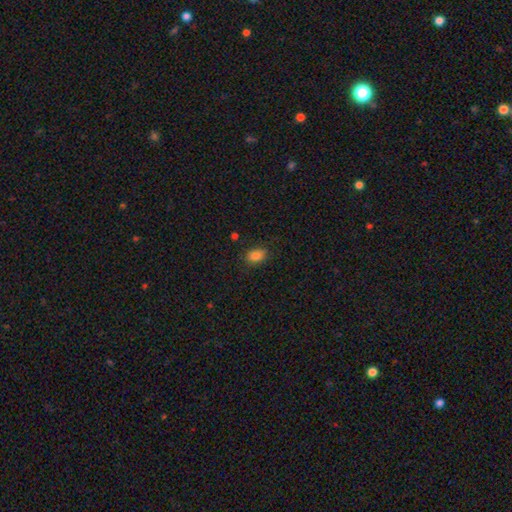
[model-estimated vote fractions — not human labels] Smooth or featured: smooth — 83% (star or artifact — 10%)
How rounded: in between — 76% (round — 23%)
Merging: none — 82% (minor disturbance — 14%)